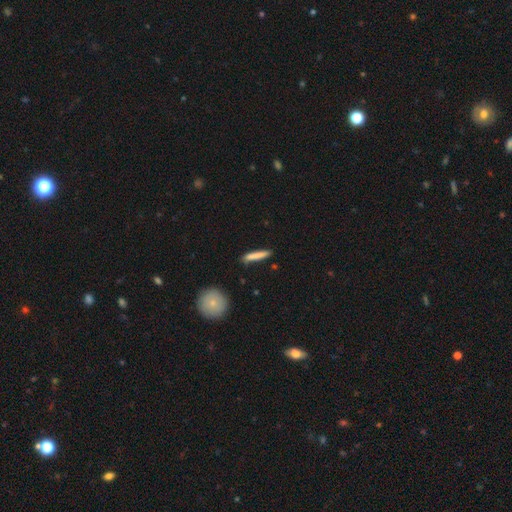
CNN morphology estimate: This is likely a smooth galaxy (76%). How rounded: clearly cigar-shaped (93%). Merging: clearly none (86%).